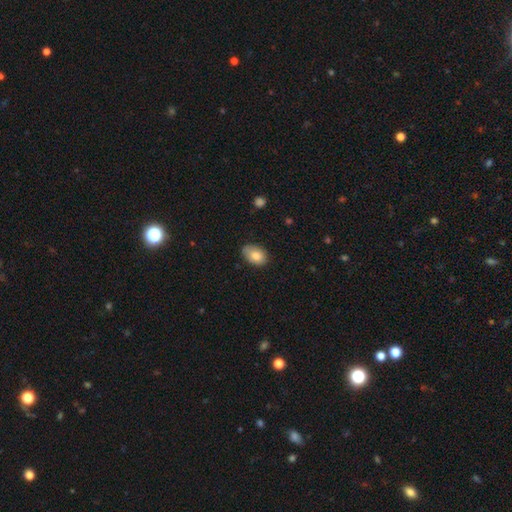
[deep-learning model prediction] smooth 83%, featured or disk 9%, star or artifact 7%. Down the decision tree: how rounded — in between (84%); merging — none (71%).